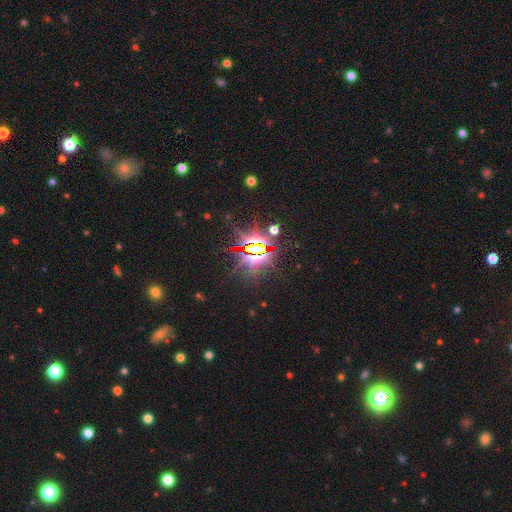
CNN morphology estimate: A star or artifact, not a galaxy (80%).

Vote fractions:
- Smooth or featured? star or artifact: 80% / smooth: 13% / featured or disk: 7%